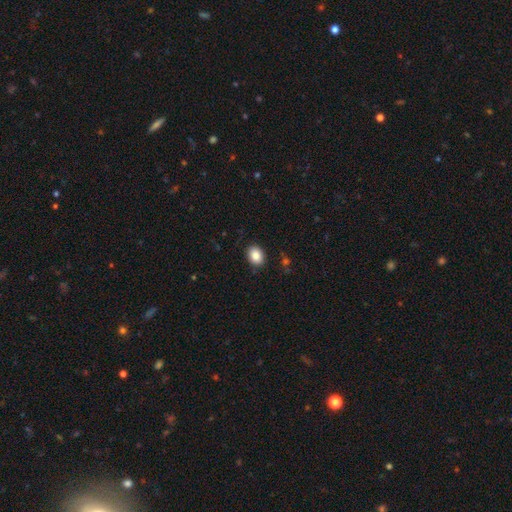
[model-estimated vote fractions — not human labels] Smooth or featured? Predicted: smooth (p=0.87). How rounded? Predicted: in between (p=0.61). Merging? Predicted: none (p=0.88).